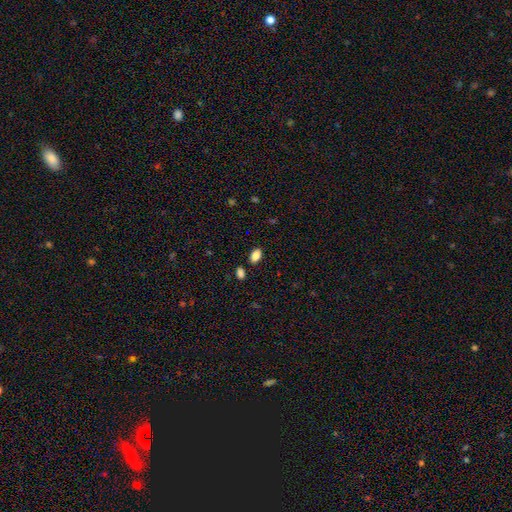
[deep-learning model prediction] Smooth or featured?
  - smooth: 86% *
  - star or artifact: 9%
  - featured or disk: 5%
How rounded?
  - in between: 90% *
  - round: 7%
  - cigar-shaped: 2%
Merging?
  - none: 84% *
  - minor disturbance: 9%
  - merger: 4%
  - major disturbance: 2%